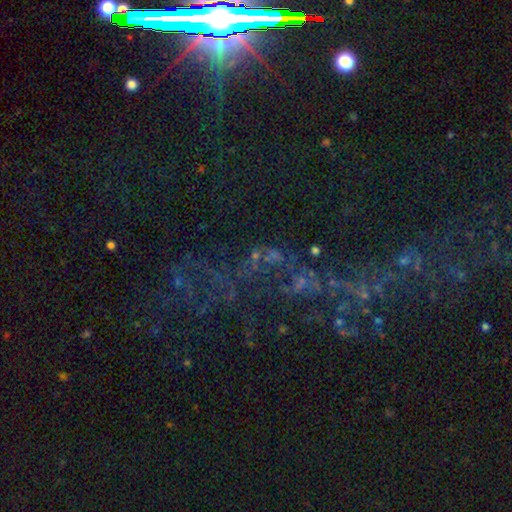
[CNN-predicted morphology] This appears to be a star or artifact, not a galaxy (61%).